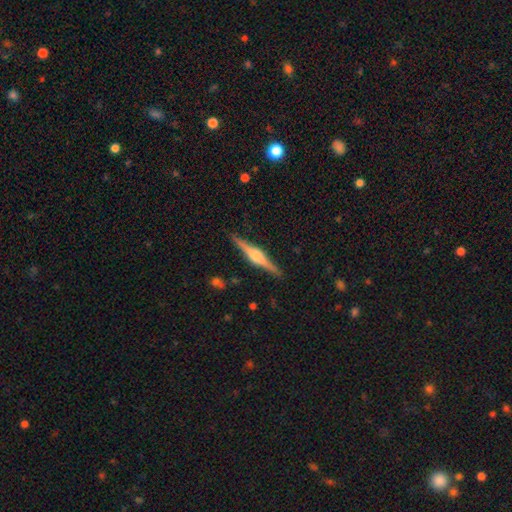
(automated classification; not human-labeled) The model was most divided on "smooth or featured": featured or disk: 79%, smooth: 15%, star or artifact: 6%. More confident: edge-on disk — yes (98%); merging — none (90%); edge-on bulge — rounded (83%).